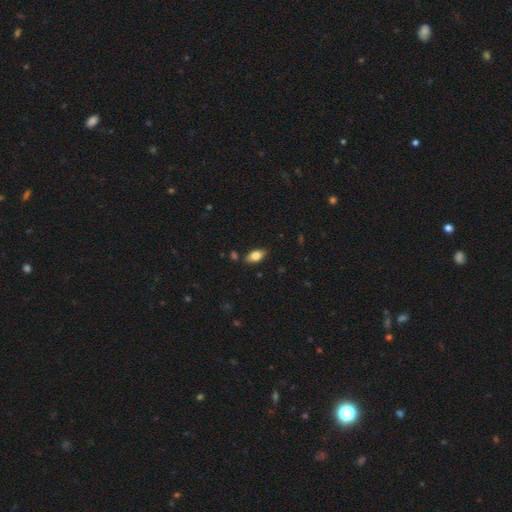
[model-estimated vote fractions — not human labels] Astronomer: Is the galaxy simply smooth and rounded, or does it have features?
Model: smooth — 77%.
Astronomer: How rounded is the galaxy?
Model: in between — 90%.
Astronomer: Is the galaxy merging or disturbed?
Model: none — 85%.